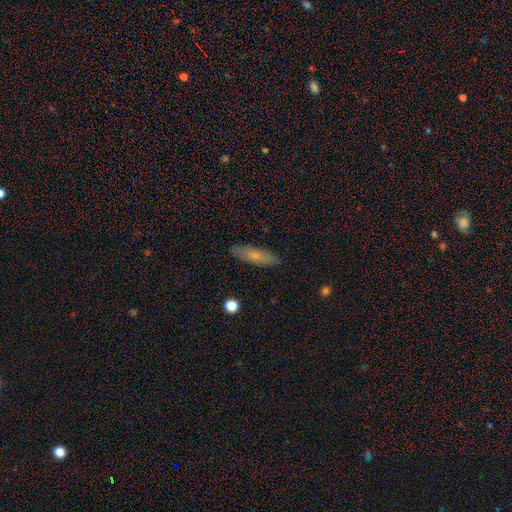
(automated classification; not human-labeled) This is likely a smooth galaxy (69%). How rounded: possibly cigar-shaped (59%). Merging: clearly none (87%).